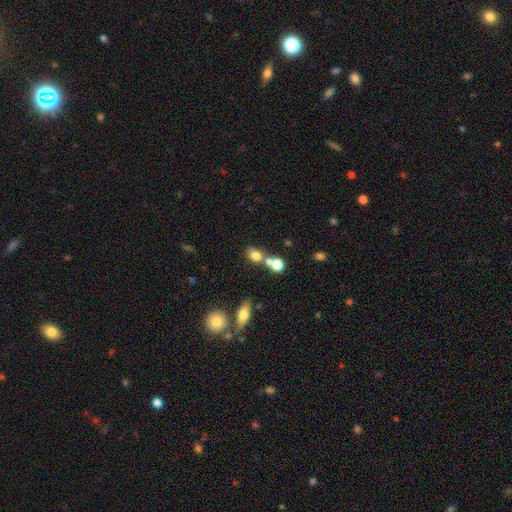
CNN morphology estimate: Smooth or featured? Predicted: smooth (p=0.75). How rounded? Predicted: in between (p=0.51). Merging? Predicted: none (p=0.44).